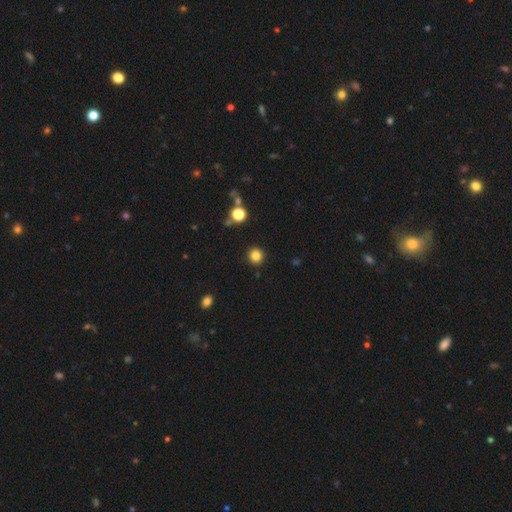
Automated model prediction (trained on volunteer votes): Overall: smooth (83%). How rounded: round (94%). Merging: none (91%).